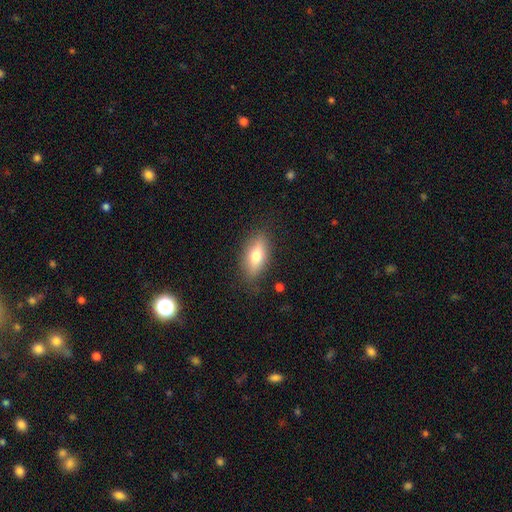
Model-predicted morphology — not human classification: Overall: smooth (66%; featured or disk 26%). How rounded: in between (78%). Merging: none (83%).